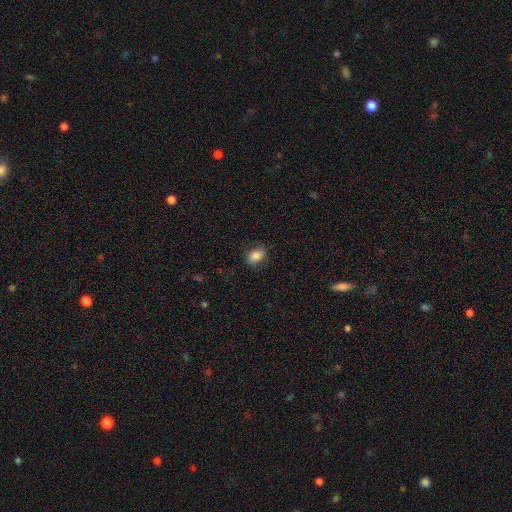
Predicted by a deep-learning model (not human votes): Smooth or featured: smooth — 82% (featured or disk — 10%)
How rounded: in between — 79% (round — 20%)
Merging: none — 79% (minor disturbance — 16%)